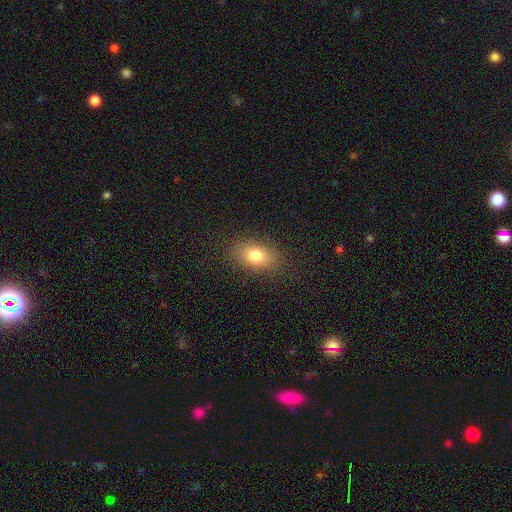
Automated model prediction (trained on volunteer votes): Smooth or featured: smooth — 80% (featured or disk — 11%)
How rounded: in between — 85% (round — 12%)
Merging: none — 86% (minor disturbance — 10%)